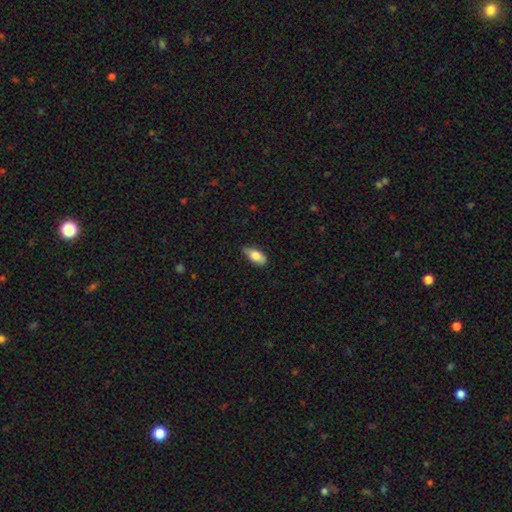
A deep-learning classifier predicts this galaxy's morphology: Smooth or featured: smooth — 78% (featured or disk — 15%)
How rounded: in between — 85% (cigar-shaped — 11%)
Merging: none — 68% (minor disturbance — 27%)